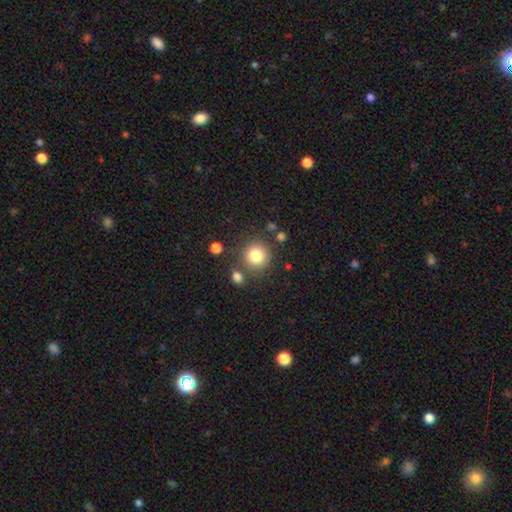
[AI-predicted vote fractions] Smooth or featured? smooth (82%)
How rounded? round (92%)
Merging? none (78%)